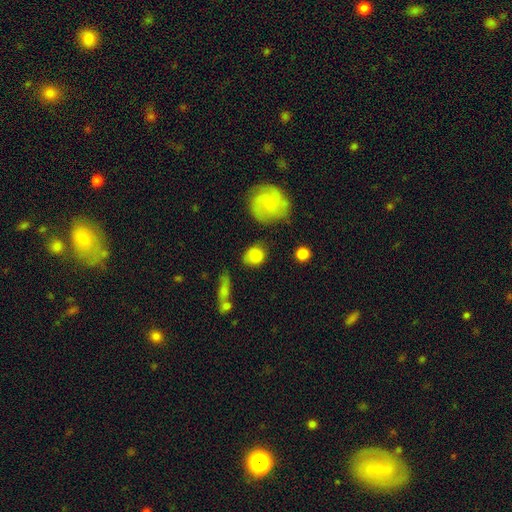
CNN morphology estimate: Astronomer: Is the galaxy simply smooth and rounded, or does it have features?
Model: smooth — 74%.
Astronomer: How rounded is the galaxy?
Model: round — 55% (runner-up: in between, 43%).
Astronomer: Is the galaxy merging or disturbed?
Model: none — 69%.